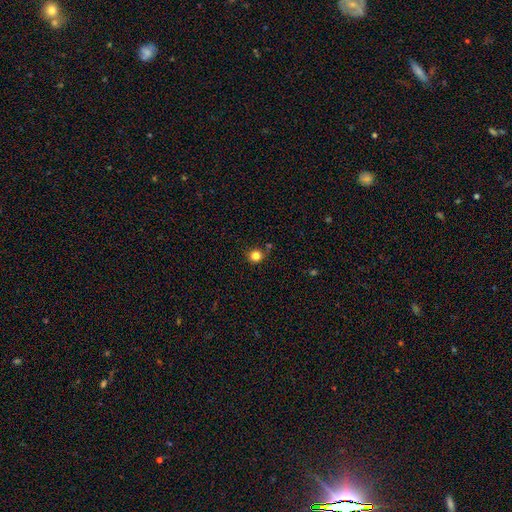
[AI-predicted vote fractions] smooth_or_featured: smooth (p=0.82) [alt: star or artifact p=0.13]
how_rounded: round (p=0.90) [alt: in between p=0.09]
merging: none (p=0.80) [alt: minor disturbance p=0.12]